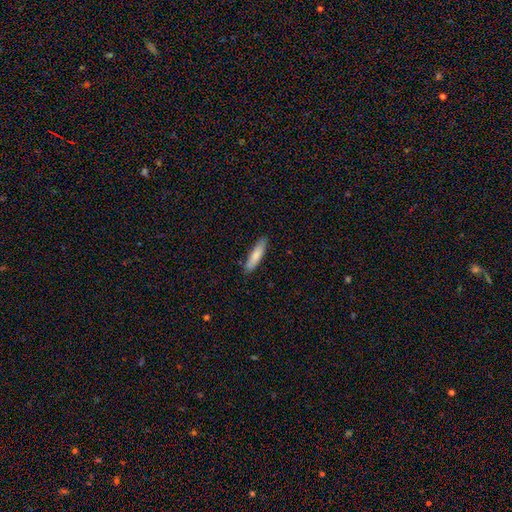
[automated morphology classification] Smooth or featured? smooth (80%)
How rounded? cigar-shaped (74%)
Merging? none (85%)